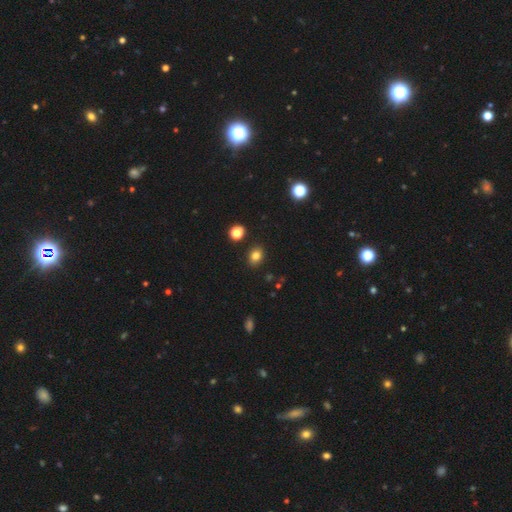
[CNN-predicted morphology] This is clearly a smooth galaxy (81%). How rounded: possibly in between (54%). Merging: clearly none (87%).